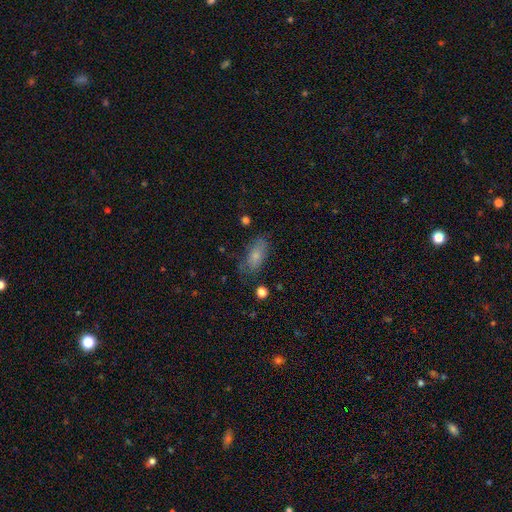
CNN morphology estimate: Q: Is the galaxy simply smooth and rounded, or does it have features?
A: smooth — 75%.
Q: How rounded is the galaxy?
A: in between — 84%.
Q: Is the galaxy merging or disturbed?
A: none — 66%.